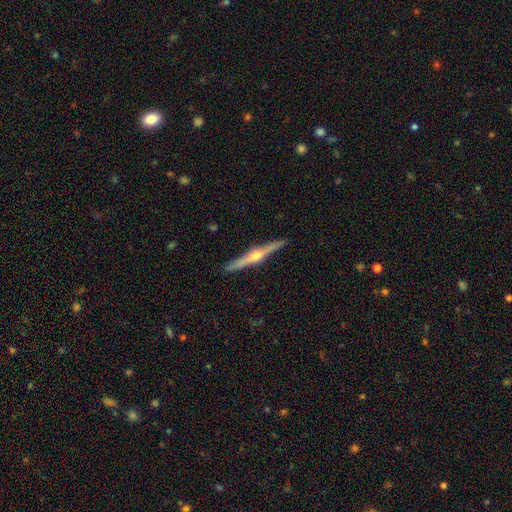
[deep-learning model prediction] Overall: featured or disk (80%). Edge-on disk: yes (98%). Edge-on bulge: rounded (93%). Merging: none (91%).